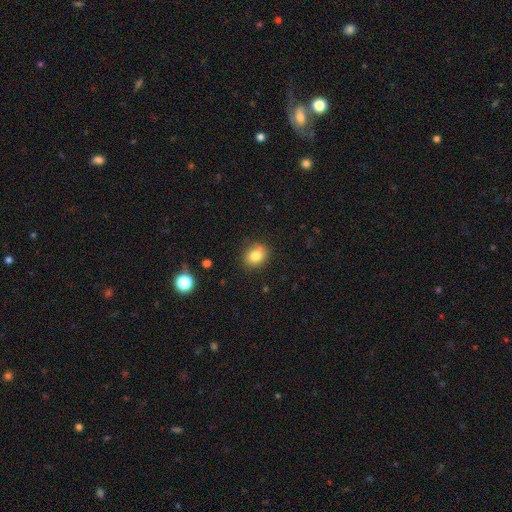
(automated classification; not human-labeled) Smooth or featured?
  - smooth: 81% *
  - star or artifact: 11%
  - featured or disk: 8%
How rounded?
  - round: 56% *
  - in between: 43%
  - cigar-shaped: 1%
Merging?
  - none: 82% *
  - minor disturbance: 13%
  - major disturbance: 3%
  - merger: 2%